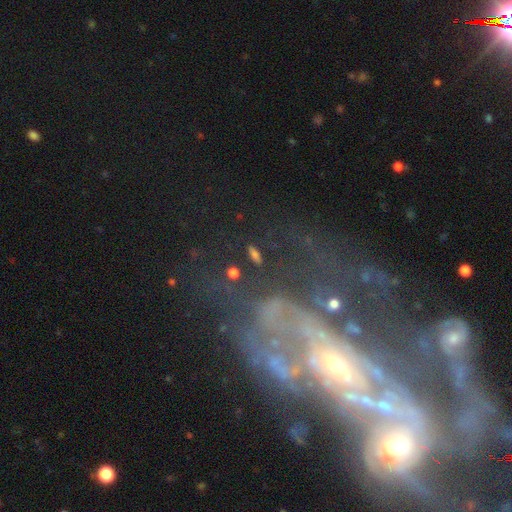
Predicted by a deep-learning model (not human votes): Smooth or featured? featured or disk (64%)
Edge-on disk? no (93%)
Bar? no (67%)
Spiral arms? no (52%)
Bulge size? small (50%)
Merging? major disturbance (42%)